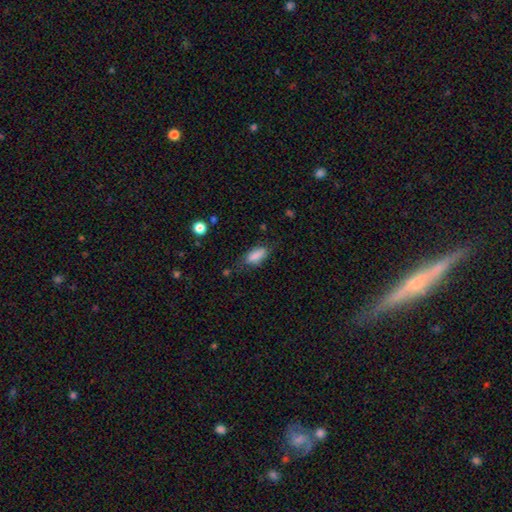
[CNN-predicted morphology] Smooth or featured? Predicted: smooth (p=0.82). How rounded? Predicted: in between (p=0.77). Merging? Predicted: none (p=0.63).